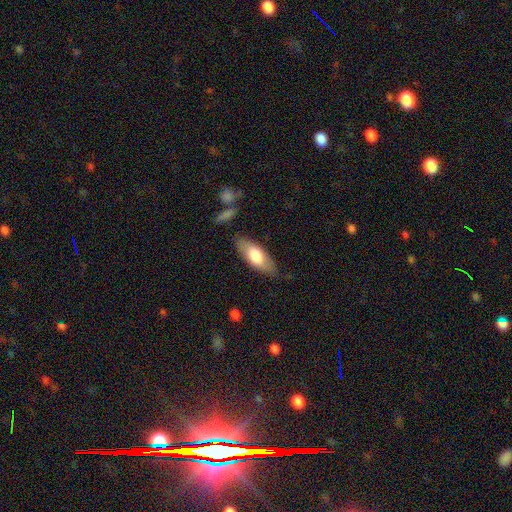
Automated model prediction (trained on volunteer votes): This is likely a smooth galaxy (71%). How rounded: likely in between (74%). Merging: clearly none (81%).